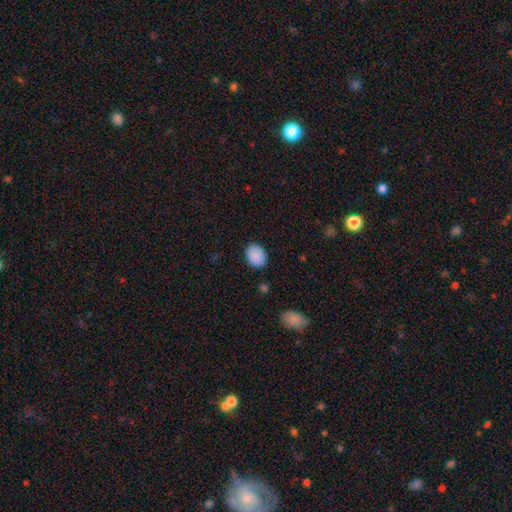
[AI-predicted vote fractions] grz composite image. It shows a smooth galaxy with no disk features (89%) that is in between round and cigar-shaped (60%). Merging: none (86%).